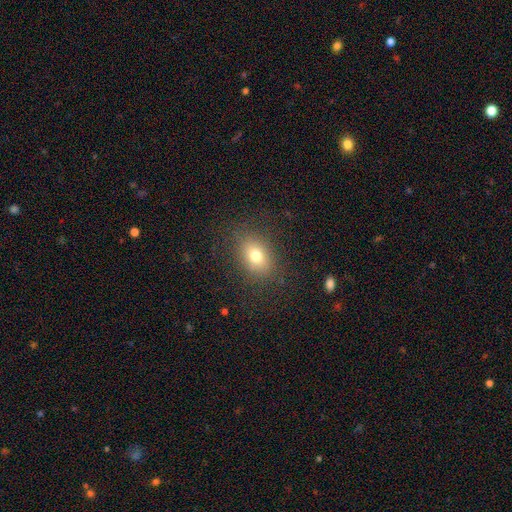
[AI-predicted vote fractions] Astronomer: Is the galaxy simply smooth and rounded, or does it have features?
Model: smooth — 76%.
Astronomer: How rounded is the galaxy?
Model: in between — 72%.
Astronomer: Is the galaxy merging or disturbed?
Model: none — 84%.